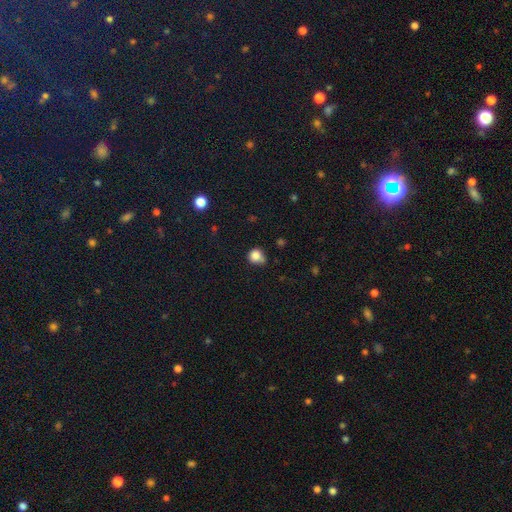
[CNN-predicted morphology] type=smooth (83%); roundness=round (83%); merging=none (52%).